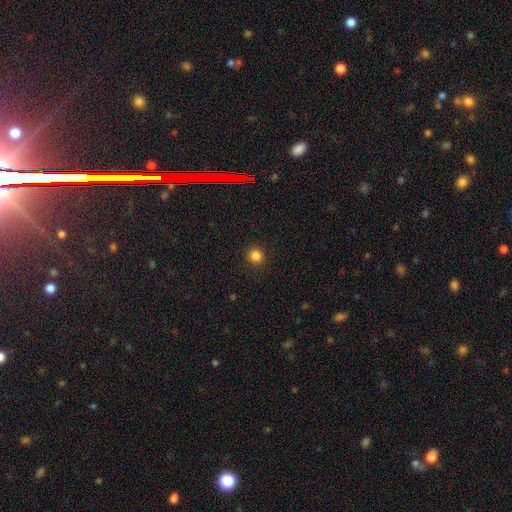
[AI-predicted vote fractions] The model was most divided on "smooth or featured": smooth: 83%, star or artifact: 13%, featured or disk: 4%. More confident: how rounded — round (93%); merging — none (92%).